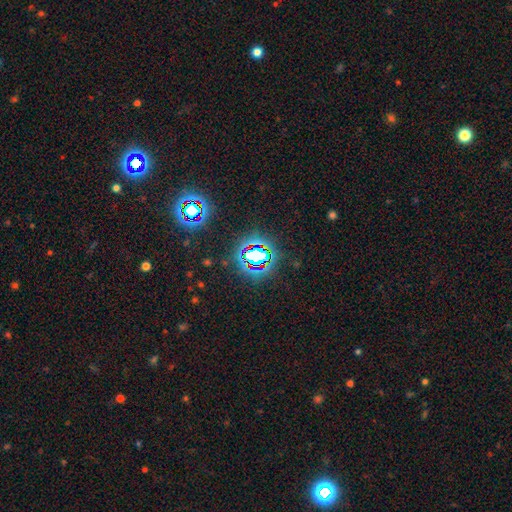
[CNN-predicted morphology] Smooth or featured: star or artifact — 71% (smooth — 17%)